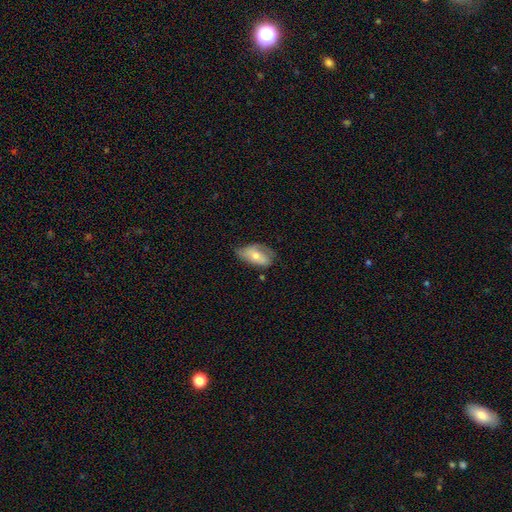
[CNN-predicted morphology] type=smooth (59%); roundness=in between (90%); merging=none (44%).